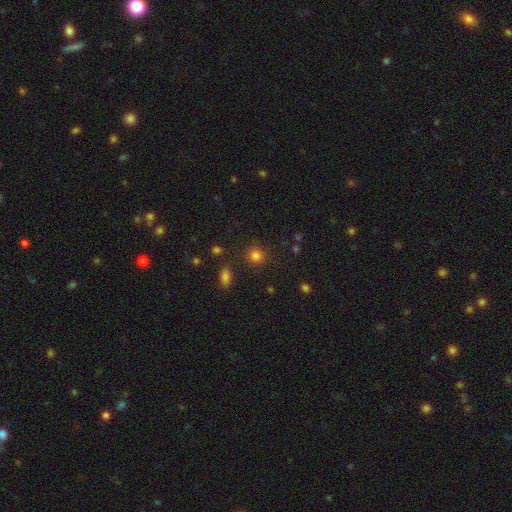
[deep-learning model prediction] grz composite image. It shows a smooth galaxy with no disk features (81%) that is round (86%). Merging: none (83%).